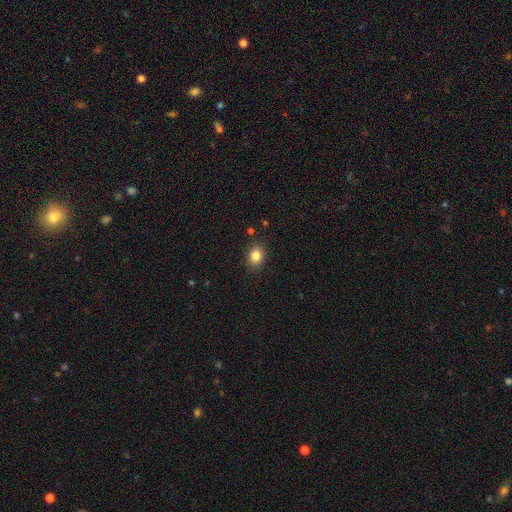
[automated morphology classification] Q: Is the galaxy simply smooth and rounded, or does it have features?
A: smooth — 83%.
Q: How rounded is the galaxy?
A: in between — 50%.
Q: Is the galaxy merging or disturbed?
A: none — 87%.